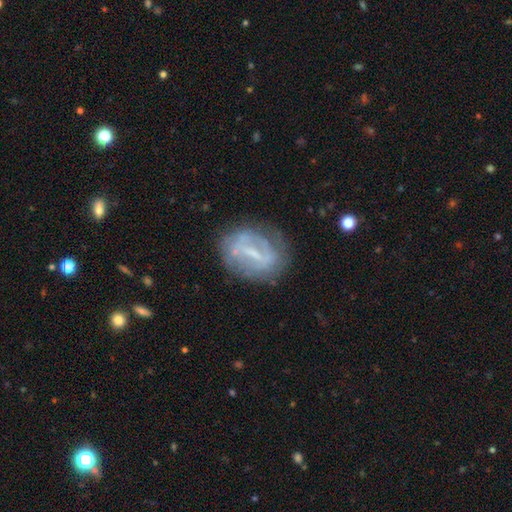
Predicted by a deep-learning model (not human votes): A featured or disk galaxy (66%) with a strong bar (52%), spiral arms (60%) and a small central bulge (60%). Merging: none (74%).